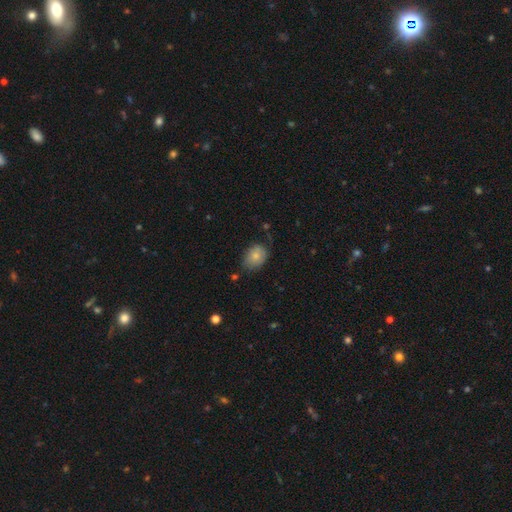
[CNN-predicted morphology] type=smooth (79%); roundness=in between (72%); merging=none (62%).